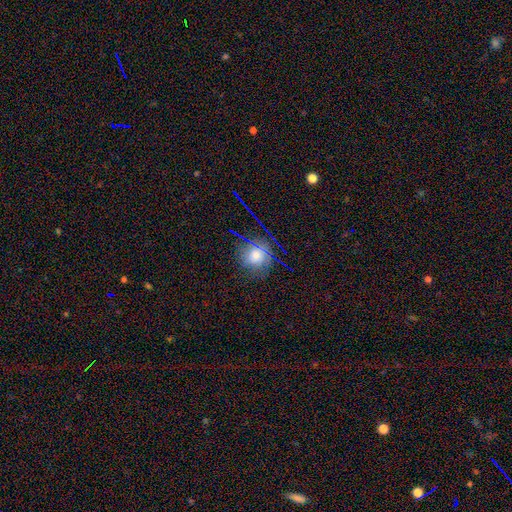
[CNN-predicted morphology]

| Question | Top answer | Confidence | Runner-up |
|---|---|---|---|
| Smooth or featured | smooth | 60% | star or artifact (27%) |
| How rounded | round | 86% | in between (13%) |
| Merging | none | 80% | minor disturbance (13%) |